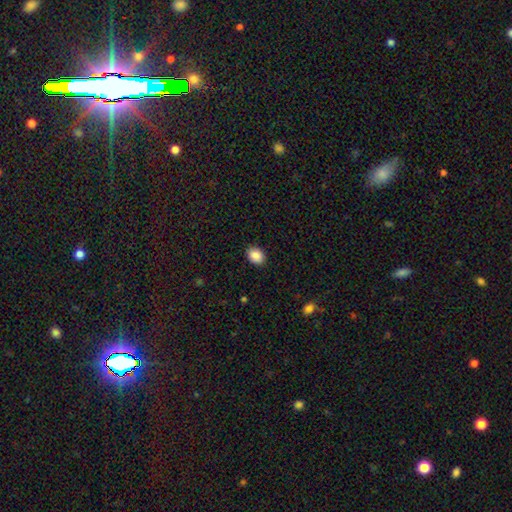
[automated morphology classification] smooth_or_featured: smooth (p=0.88) [alt: star or artifact p=0.08]
how_rounded: in between (p=0.60) [alt: round p=0.39]
merging: none (p=0.90) [alt: minor disturbance p=0.07]